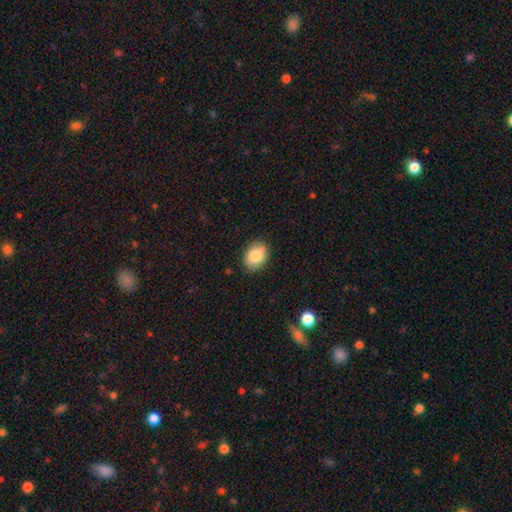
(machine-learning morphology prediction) Smooth or featured?
  - smooth: 85% *
  - featured or disk: 7%
  - star or artifact: 7%
How rounded?
  - in between: 72% *
  - round: 27%
  - cigar-shaped: 1%
Merging?
  - none: 84% *
  - minor disturbance: 13%
  - major disturbance: 3%
  - merger: 1%